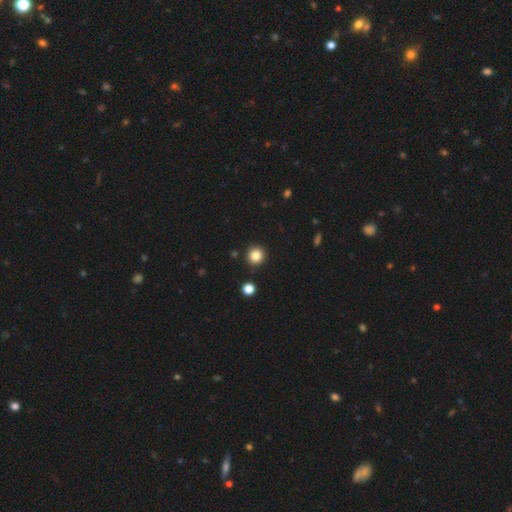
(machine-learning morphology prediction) smooth 84%, star or artifact 11%, featured or disk 5%. Down the decision tree: how rounded — round (93%); merging — none (91%).